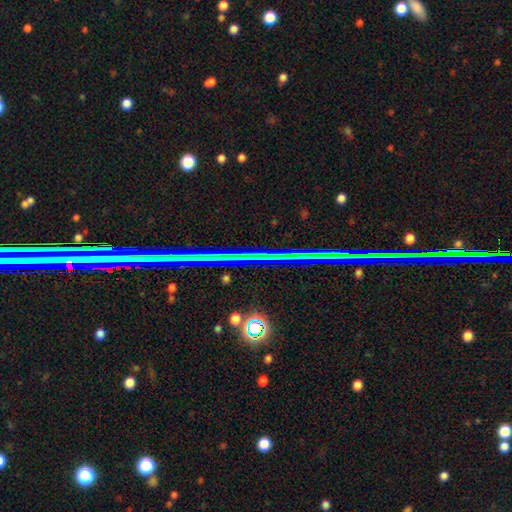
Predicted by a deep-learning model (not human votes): star or artifact 74%, featured or disk 16%, smooth 10%.